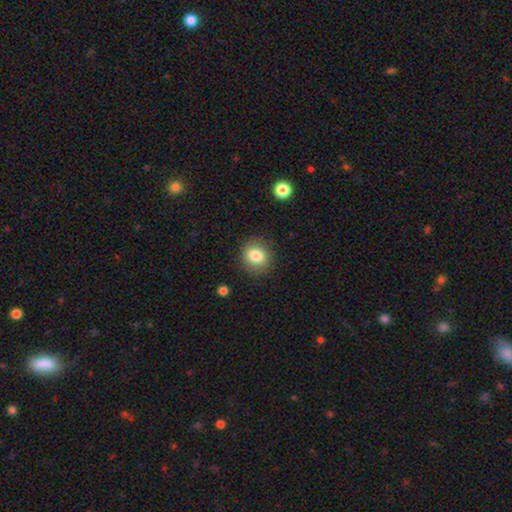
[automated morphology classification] This appears to be a smooth galaxy with no disk features (83%) that is round (76%). Merging: none (86%).